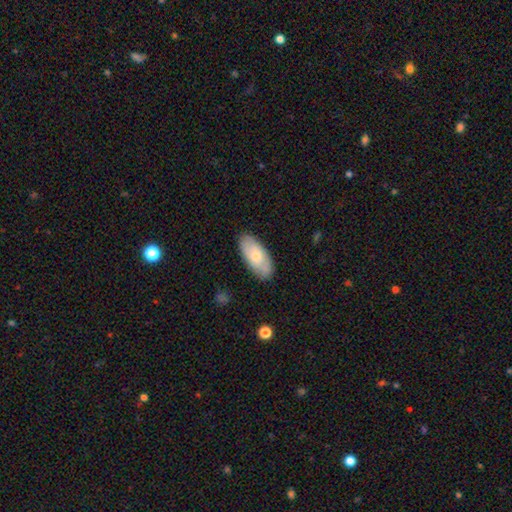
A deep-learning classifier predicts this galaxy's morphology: Smooth or featured: smooth — 62% (featured or disk — 33%)
How rounded: in between — 89% (cigar-shaped — 8%)
Merging: none — 83% (minor disturbance — 13%)